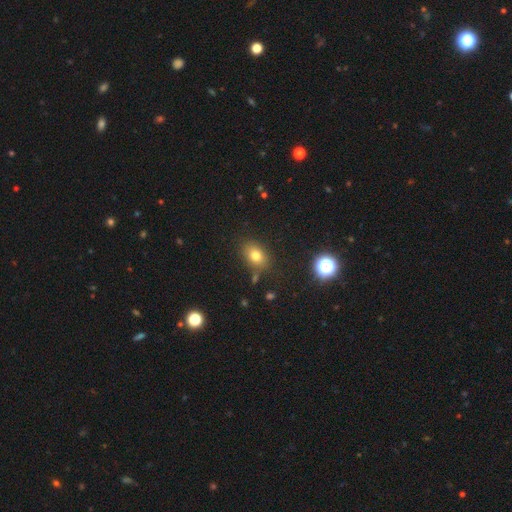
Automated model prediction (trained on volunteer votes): Smooth or featured: smooth — 77% (star or artifact — 13%)
How rounded: in between — 71% (round — 28%)
Merging: none — 80% (minor disturbance — 12%)